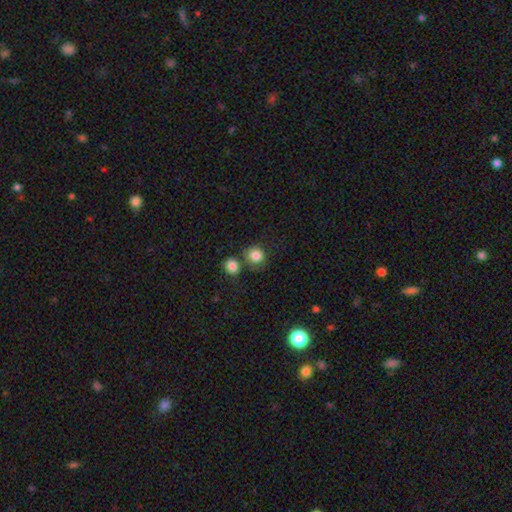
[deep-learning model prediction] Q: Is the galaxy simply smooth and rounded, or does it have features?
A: smooth — 84%.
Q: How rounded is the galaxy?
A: round — 83%.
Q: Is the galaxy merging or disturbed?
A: none — 59%.